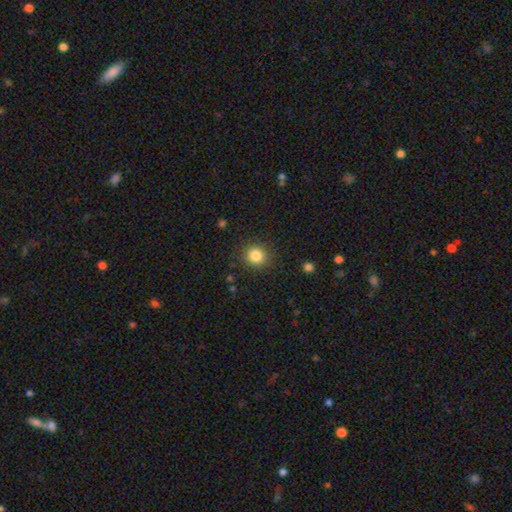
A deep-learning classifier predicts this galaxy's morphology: Smooth or featured? smooth (84%)
How rounded? round (88%)
Merging? none (88%)